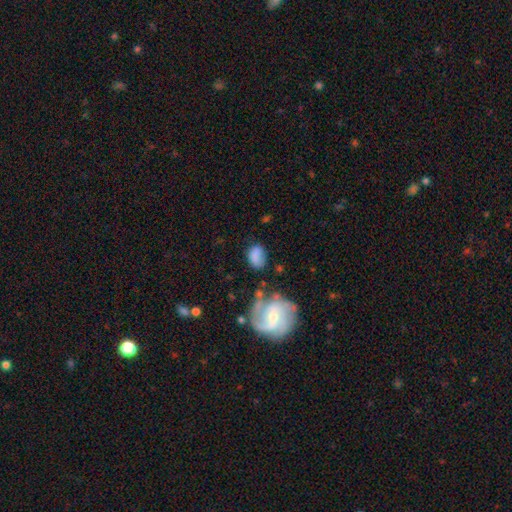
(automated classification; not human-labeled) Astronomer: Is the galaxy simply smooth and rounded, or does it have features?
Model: smooth — 71%.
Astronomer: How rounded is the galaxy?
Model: in between — 76%.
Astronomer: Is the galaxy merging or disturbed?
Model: none — 51%.